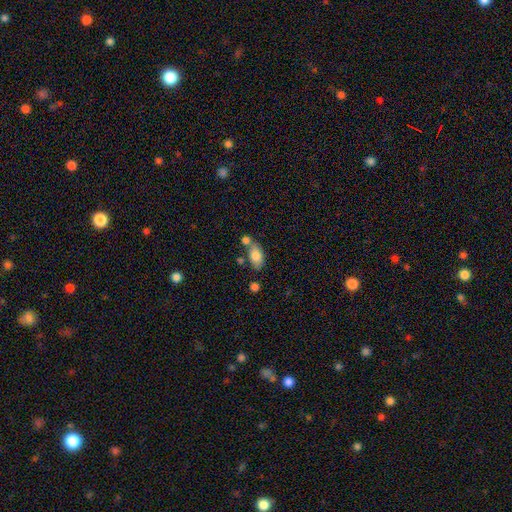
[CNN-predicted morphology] smooth_or_featured: smooth (p=0.80) [alt: featured or disk p=0.12]
how_rounded: in between (p=0.91) [alt: round p=0.05]
merging: none (p=0.50) [alt: merger p=0.29]